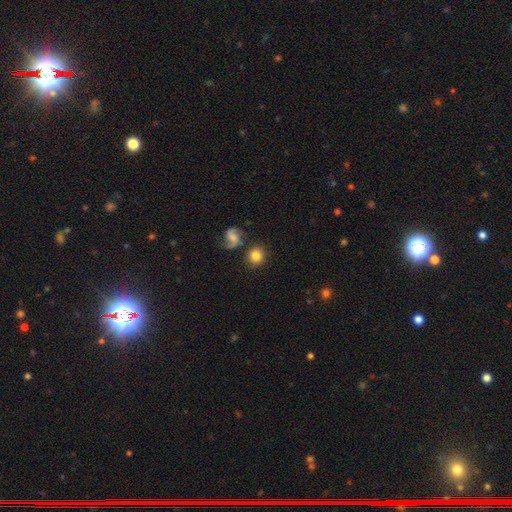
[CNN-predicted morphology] Smooth or featured? smooth (78%)
How rounded? round (90%)
Merging? none (78%)